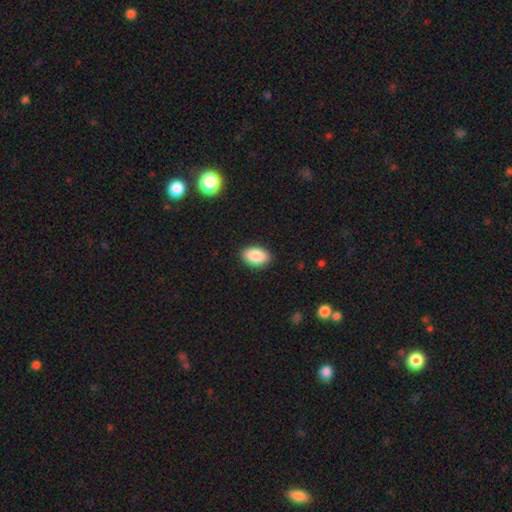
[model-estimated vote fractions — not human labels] The model was most divided on "merging": none: 89%, minor disturbance: 8%, major disturbance: 2%, merger: 1%. More confident: how rounded — in between (92%); smooth or featured — smooth (88%).